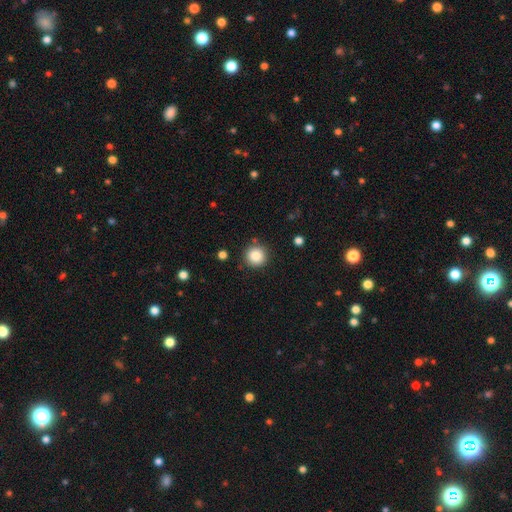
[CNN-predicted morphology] The model was most divided on "smooth or featured": smooth: 85%, star or artifact: 10%, featured or disk: 5%. More confident: how rounded — round (95%); merging — none (88%).